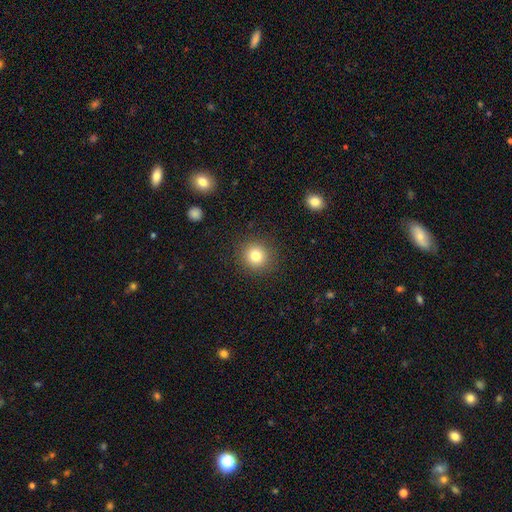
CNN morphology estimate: This is likely a smooth galaxy (80%). How rounded: clearly round (91%). Merging: clearly none (90%).